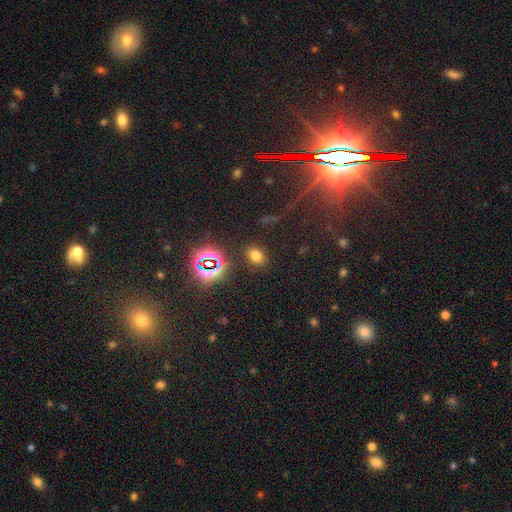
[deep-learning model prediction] Q: Smooth or featured?
A: smooth (68%); runner-up: star or artifact (25%)
Q: How rounded?
A: in between (62%); runner-up: round (36%)
Q: Merging?
A: none (86%); runner-up: minor disturbance (8%)